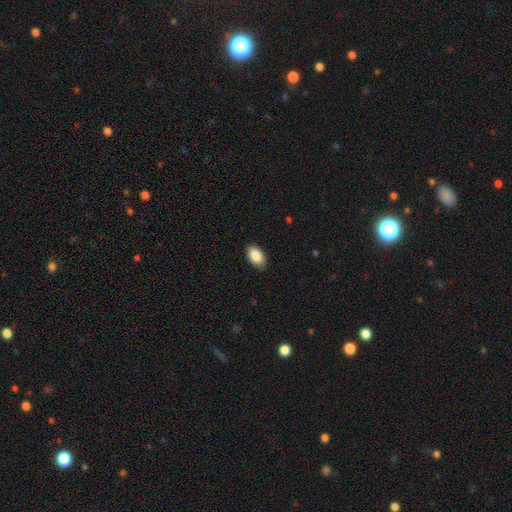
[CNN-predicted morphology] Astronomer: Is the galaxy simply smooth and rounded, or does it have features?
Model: smooth — 87%.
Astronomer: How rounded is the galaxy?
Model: in between — 92%.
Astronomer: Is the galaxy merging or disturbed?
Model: none — 88%.